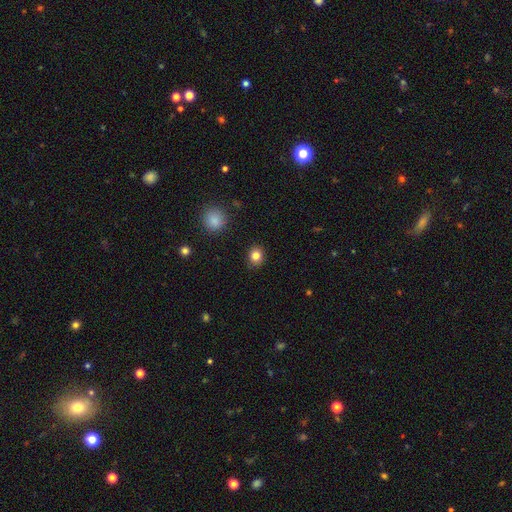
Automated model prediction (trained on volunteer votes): Q: Smooth or featured?
A: smooth (82%); runner-up: star or artifact (11%)
Q: How rounded?
A: round (72%); runner-up: in between (27%)
Q: Merging?
A: none (89%); runner-up: minor disturbance (8%)